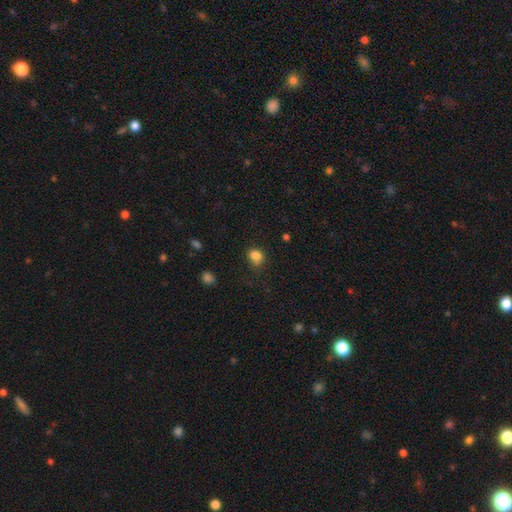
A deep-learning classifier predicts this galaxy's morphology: Smooth or featured: smooth — 81% (star or artifact — 12%)
How rounded: round — 54% (in between — 45%)
Merging: none — 59% (minor disturbance — 25%)